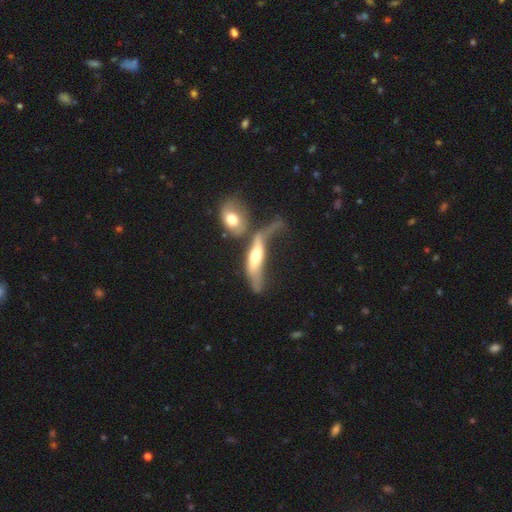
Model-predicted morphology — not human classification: Smooth or featured: featured or disk — 55% (smooth — 38%)
Edge-on disk: yes — 59% (no — 41%)
Merging: merger — 43% (major disturbance — 27%)